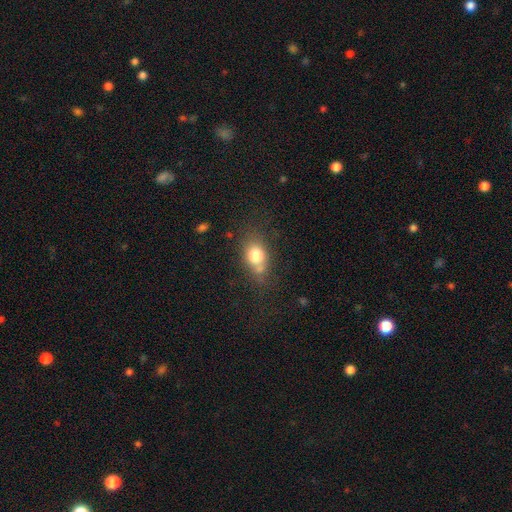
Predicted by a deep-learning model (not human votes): Smooth or featured?
  - smooth: 76% *
  - featured or disk: 14%
  - star or artifact: 11%
How rounded?
  - in between: 57% *
  - round: 41%
  - cigar-shaped: 3%
Merging?
  - none: 54% *
  - minor disturbance: 22%
  - merger: 16%
  - major disturbance: 9%